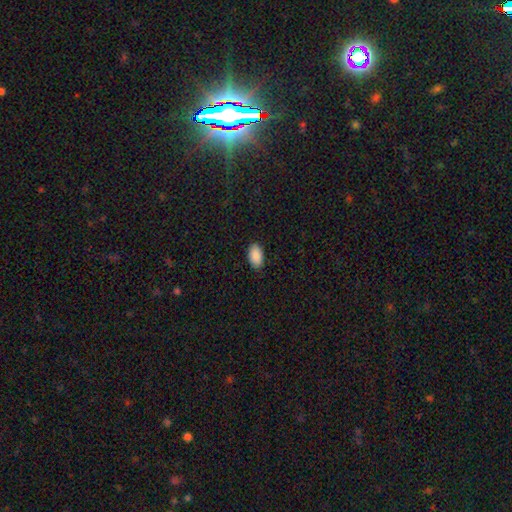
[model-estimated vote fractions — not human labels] A smooth galaxy with no disk features (90%) that is in between round and cigar-shaped (94%). Merging: none (89%).